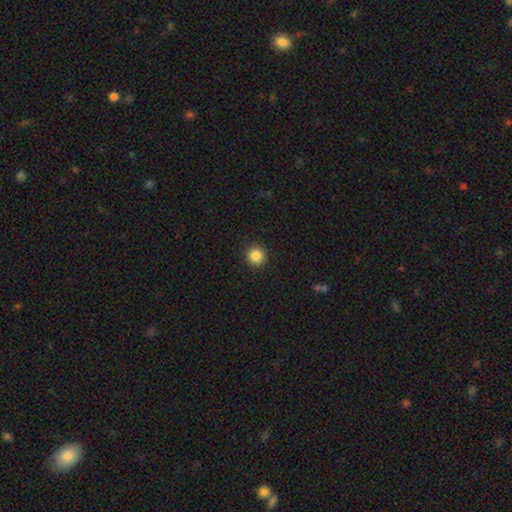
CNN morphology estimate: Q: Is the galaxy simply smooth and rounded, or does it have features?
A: smooth — 86%.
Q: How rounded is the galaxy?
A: round — 95%.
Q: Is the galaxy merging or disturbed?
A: none — 92%.